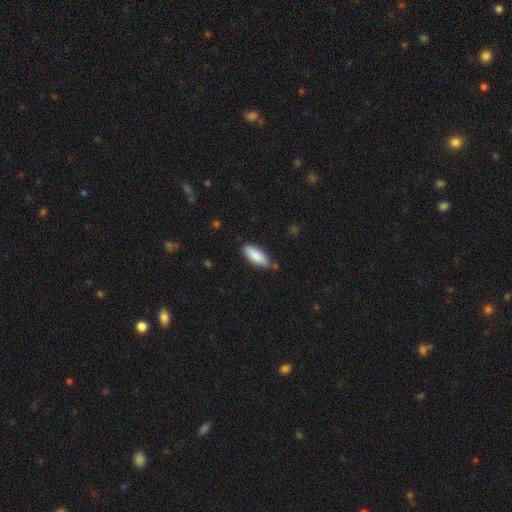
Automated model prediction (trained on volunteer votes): The model was most divided on "how rounded": in between: 71%, cigar-shaped: 28%, round: 2%. More confident: smooth or featured — smooth (88%); merging — none (81%).